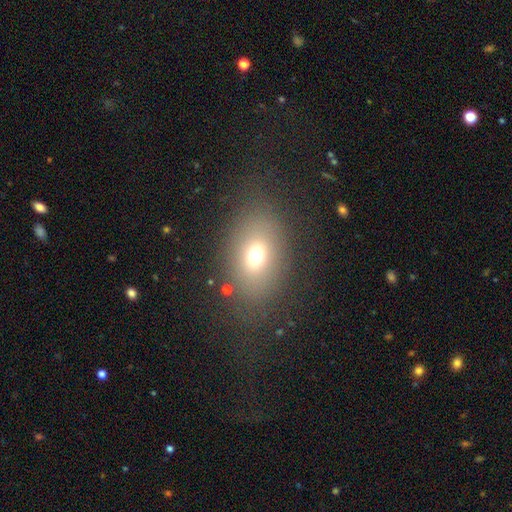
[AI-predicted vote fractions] Overall: smooth (68%). How rounded: in between (73%). Merging: none (76%).